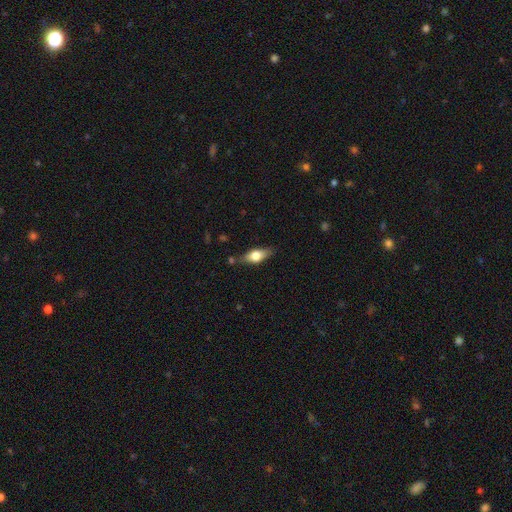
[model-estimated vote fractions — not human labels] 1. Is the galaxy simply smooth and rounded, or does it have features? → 57% smooth, 36% featured or disk, 7% star or artifact.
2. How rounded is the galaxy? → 71% in between, 24% cigar-shaped, 5% round.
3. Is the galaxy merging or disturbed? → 74% none, 18% minor disturbance, 4% major disturbance, 4% merger.